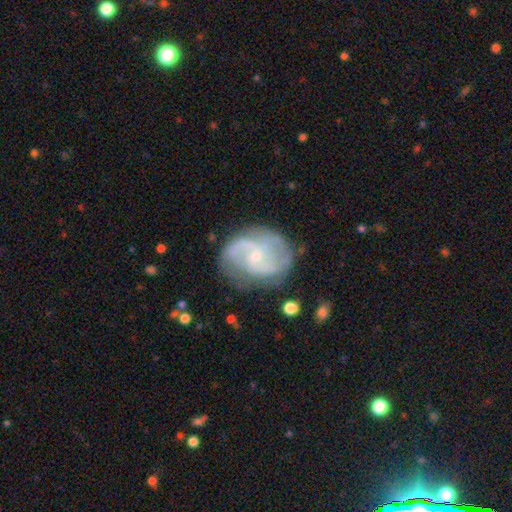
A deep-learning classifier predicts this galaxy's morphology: The model was most divided on "bar": no: 51%, weak: 42%, strong: 7%. Remaining: edge-on disk — no (98%); spiral arms — yes (95%); smooth or featured — featured or disk (85%); spiral arm count — 2 (72%); merging — none (72%); bulge size — small (71%); spiral winding — medium (49%).